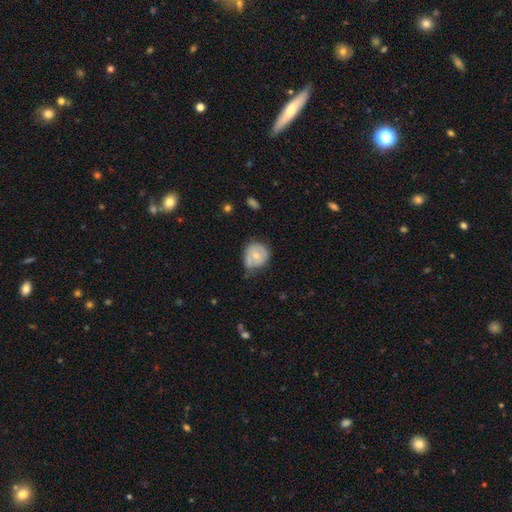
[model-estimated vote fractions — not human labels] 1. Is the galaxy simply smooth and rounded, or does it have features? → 58% smooth, 35% featured or disk, 7% star or artifact.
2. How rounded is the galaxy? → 76% round, 23% in between, 1% cigar-shaped.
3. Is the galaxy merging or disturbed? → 42% none (tied), 42% minor disturbance (tied), 13% major disturbance, 3% merger.